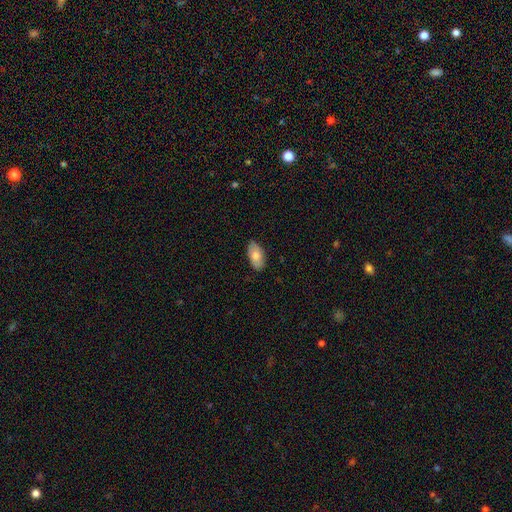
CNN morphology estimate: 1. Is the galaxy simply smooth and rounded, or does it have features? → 77% smooth, 17% featured or disk, 6% star or artifact.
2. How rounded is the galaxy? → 94% in between, 3% cigar-shaped, 3% round.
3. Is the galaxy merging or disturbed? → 85% none, 12% minor disturbance, 2% major disturbance, 1% merger.